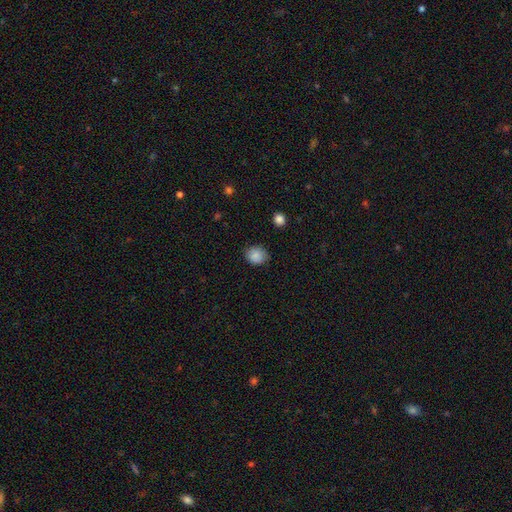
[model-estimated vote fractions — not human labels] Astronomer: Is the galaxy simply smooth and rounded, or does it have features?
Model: smooth — 87%.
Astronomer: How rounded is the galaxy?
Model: round — 70%.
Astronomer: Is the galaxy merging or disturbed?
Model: none — 82%.